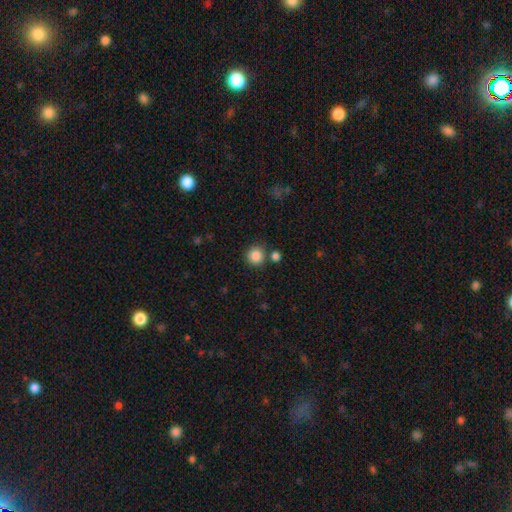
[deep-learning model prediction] A smooth galaxy with no disk features (86%) that is round (93%).

Vote fractions:
- Smooth or featured? smooth: 86% / star or artifact: 10% / featured or disk: 4%
- How rounded? round: 93% / in between: 6% / cigar-shaped: 1%
- Merging? none: 80% / merger: 9% / minor disturbance: 8% / major disturbance: 3%